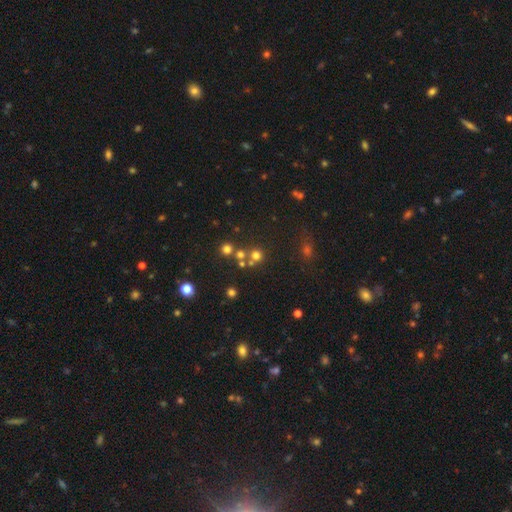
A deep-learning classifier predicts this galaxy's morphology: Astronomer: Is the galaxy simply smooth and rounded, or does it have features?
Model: smooth — 64%.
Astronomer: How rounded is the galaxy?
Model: round — 91%.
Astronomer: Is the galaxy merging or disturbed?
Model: none — 64%.